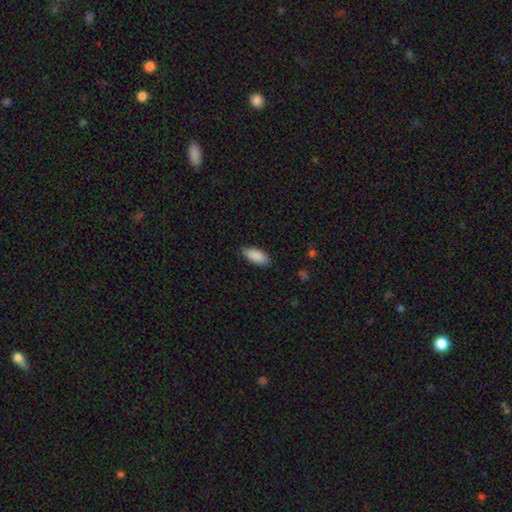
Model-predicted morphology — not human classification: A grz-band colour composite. It shows a smooth galaxy with no disk features (90%) that is in between round and cigar-shaped (86%). Merging: none (85%).